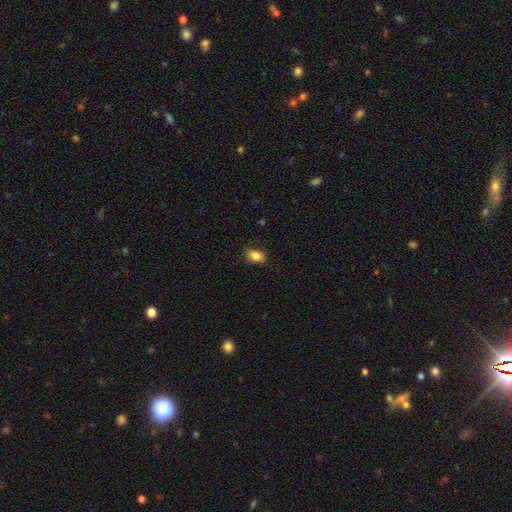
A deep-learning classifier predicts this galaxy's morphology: Smooth or featured?
  - smooth: 85% *
  - star or artifact: 9%
  - featured or disk: 6%
How rounded?
  - in between: 78% *
  - round: 21%
  - cigar-shaped: 1%
Merging?
  - none: 86% *
  - minor disturbance: 11%
  - major disturbance: 2%
  - merger: 1%